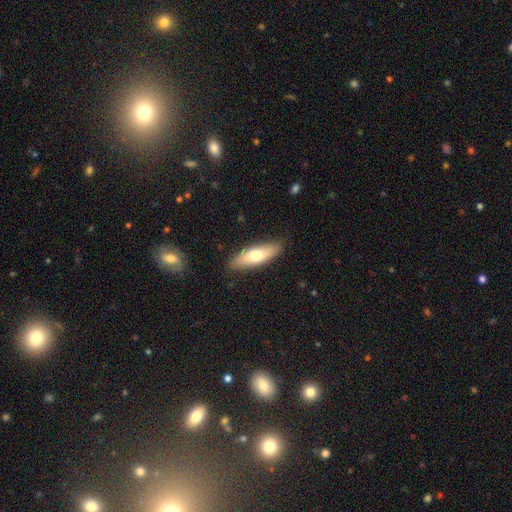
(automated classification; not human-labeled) A smooth galaxy with no disk features (65%) that is cigar-shaped (51%).

Vote fractions:
- Smooth or featured? smooth: 65% / featured or disk: 29% / star or artifact: 6%
- How rounded? cigar-shaped: 51% / in between: 47% / round: 2%
- Merging? none: 87% / minor disturbance: 10% / major disturbance: 2% / merger: 1%